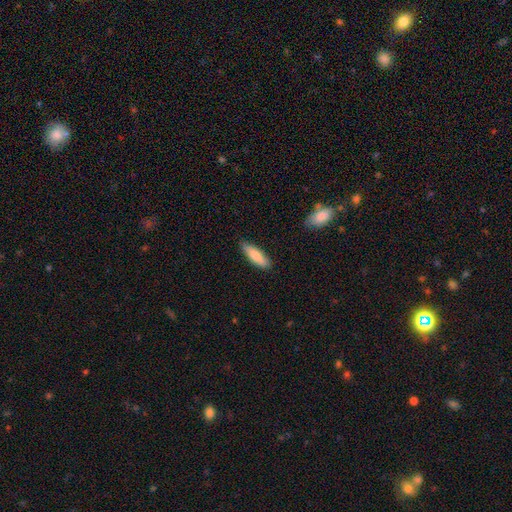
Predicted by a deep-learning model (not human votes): Overall: smooth (78%). How rounded: cigar-shaped (56%; in between 43%). Merging: none (85%).